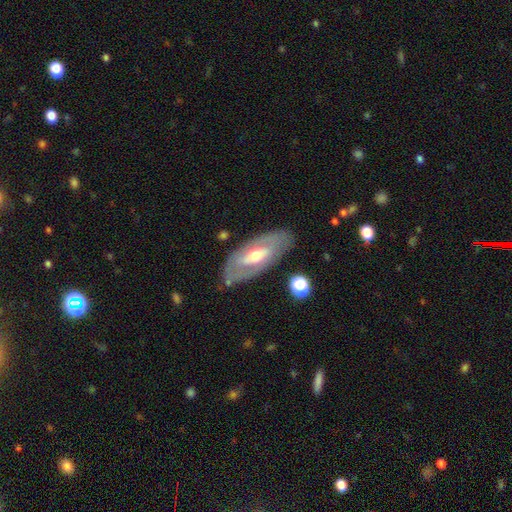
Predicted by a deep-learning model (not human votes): Smooth or featured? Predicted: featured or disk (p=0.67). Edge-on disk? Predicted: no (p=0.83). Bar? Predicted: no (p=0.39). Spiral arms? Predicted: no (p=0.59). Bulge size? Predicted: moderate (p=0.67). Merging? Predicted: none (p=0.80).